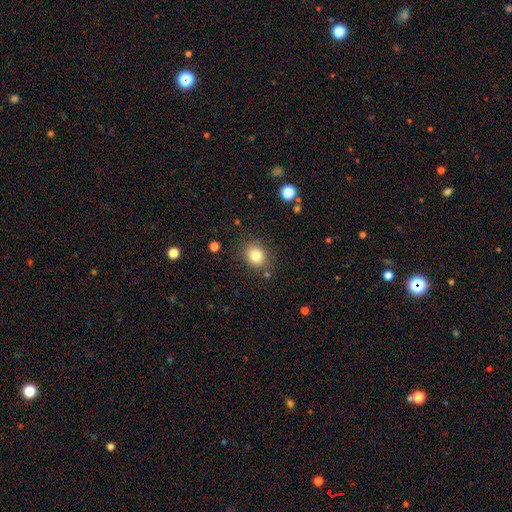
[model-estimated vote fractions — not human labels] A smooth galaxy with no disk features (81%) that is round (67%).

Vote fractions:
- Smooth or featured? smooth: 81% / star or artifact: 11% / featured or disk: 8%
- How rounded? round: 67% / in between: 32% / cigar-shaped: 1%
- Merging? none: 82% / minor disturbance: 12% / major disturbance: 4% / merger: 3%